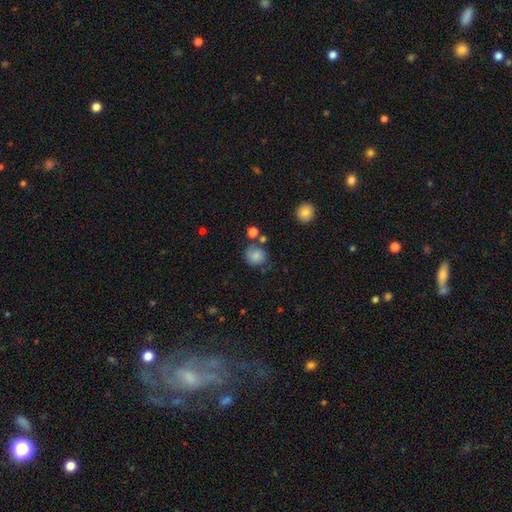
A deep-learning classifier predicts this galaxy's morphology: Smooth or featured?
  - smooth: 78% *
  - featured or disk: 12%
  - star or artifact: 10%
How rounded?
  - round: 78% *
  - in between: 21%
  - cigar-shaped: 1%
Merging?
  - none: 64% *
  - minor disturbance: 20%
  - merger: 9%
  - major disturbance: 7%